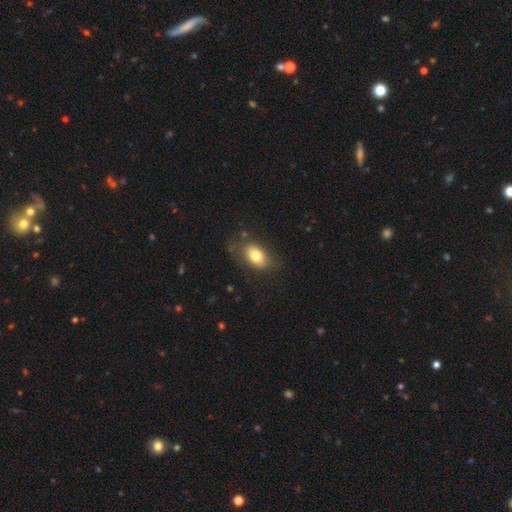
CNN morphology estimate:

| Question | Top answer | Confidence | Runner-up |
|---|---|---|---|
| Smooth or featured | smooth | 79% | featured or disk (13%) |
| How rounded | in between | 87% | round (11%) |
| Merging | none | 75% | minor disturbance (18%) |